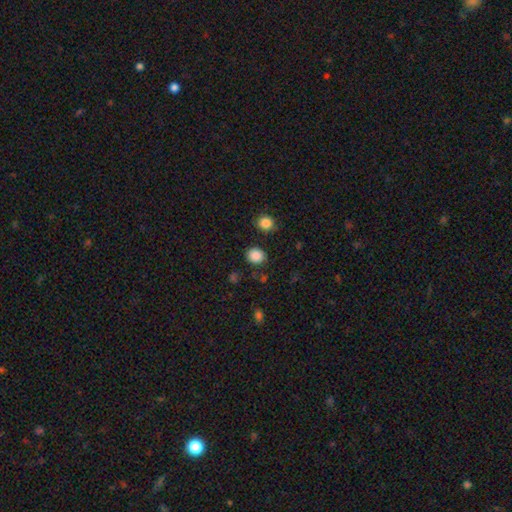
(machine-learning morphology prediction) This is clearly a smooth galaxy (87%). How rounded: likely round (73%). Merging: clearly none (84%).